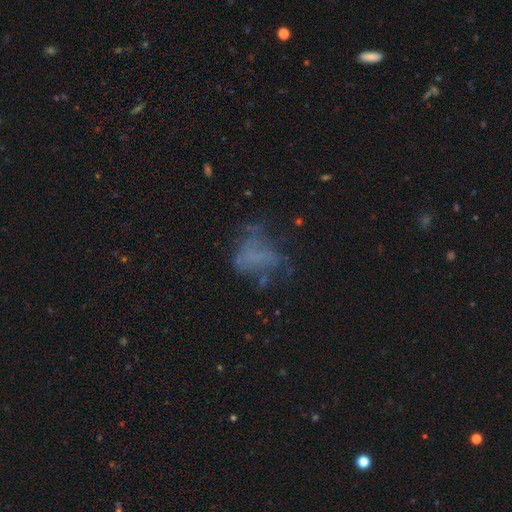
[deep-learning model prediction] smooth-or-featured: featured or disk: 46% | smooth: 32% | star or artifact: 22%
  merging: none: 39% | major disturbance: 36% | minor disturbance: 21% | merger: 5%